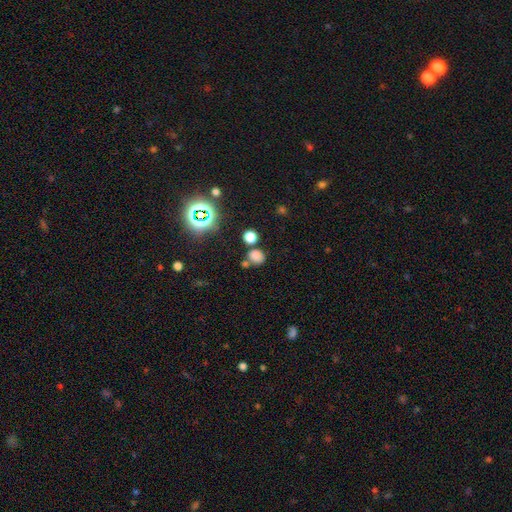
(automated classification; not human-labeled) Overall: smooth (71%). How rounded: round (73%). Merging: none (66%).